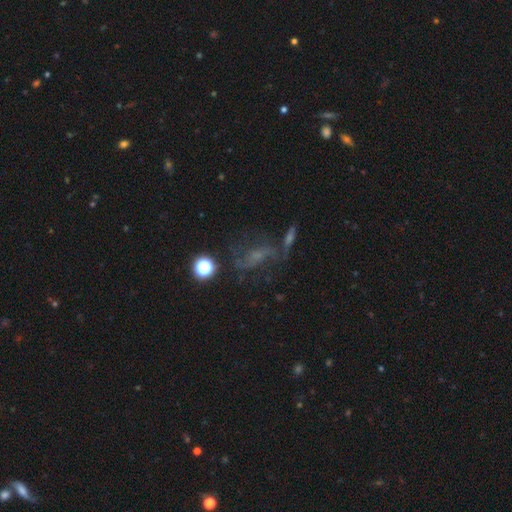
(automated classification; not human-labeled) Smooth or featured?
  - featured or disk: 47% *
  - star or artifact: 27%
  - smooth: 26%
Merging?
  - none: 46% *
  - major disturbance: 22%
  - minor disturbance: 18%
  - merger: 15%